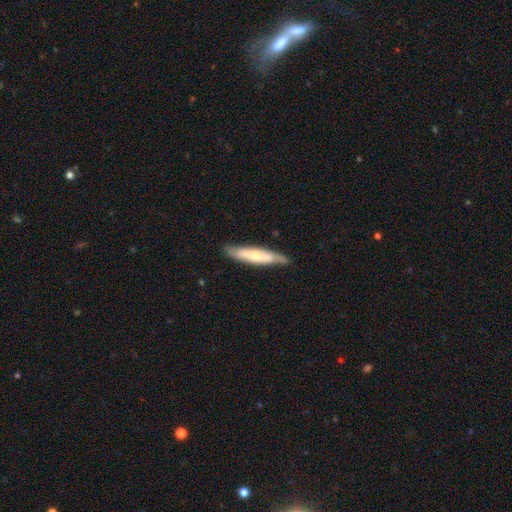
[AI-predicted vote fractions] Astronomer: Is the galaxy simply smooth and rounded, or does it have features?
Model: smooth — 51% (runner-up: featured or disk, 44%).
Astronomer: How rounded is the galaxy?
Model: cigar-shaped — 85%.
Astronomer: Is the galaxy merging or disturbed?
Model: none — 79%.